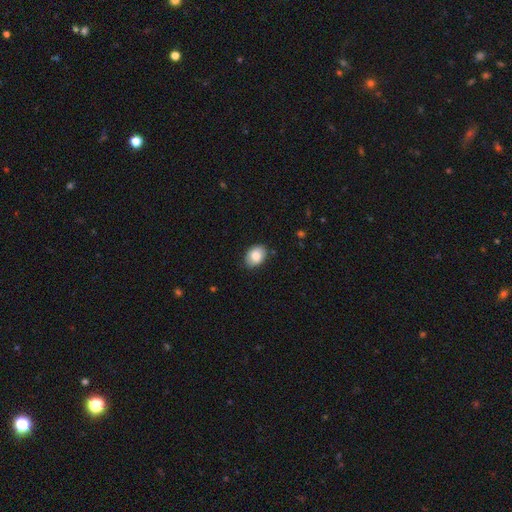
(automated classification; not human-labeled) The model was most divided on "how rounded": in between: 78%, round: 21%, cigar-shaped: 1%. More confident: merging — none (83%); smooth or featured — smooth (82%).